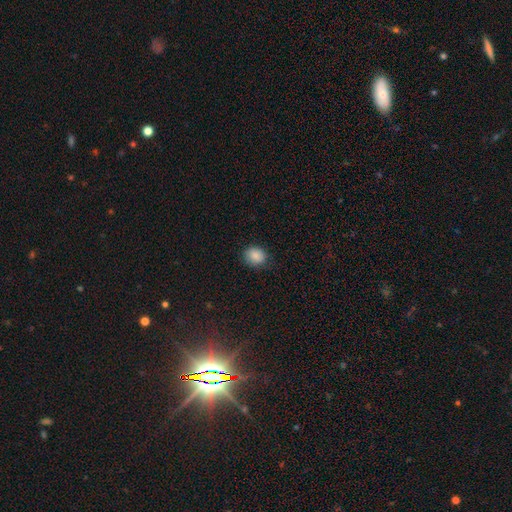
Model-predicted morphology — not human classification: A smooth galaxy with no disk features (87%) that is round (60%).

Vote fractions:
- Smooth or featured? smooth: 87% / star or artifact: 9% / featured or disk: 4%
- How rounded? round: 60% / in between: 39% / cigar-shaped: 1%
- Merging? none: 80% / minor disturbance: 16% / major disturbance: 3% / merger: 1%